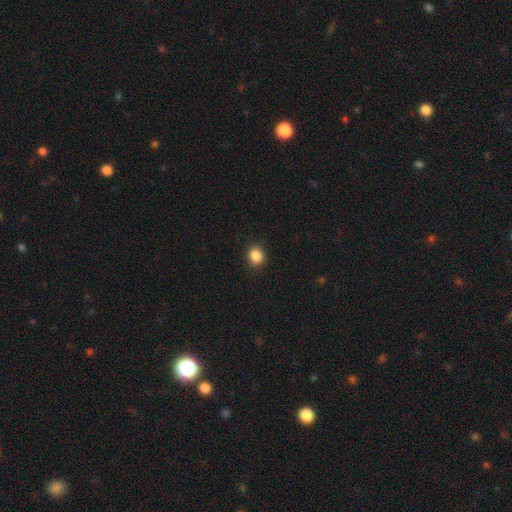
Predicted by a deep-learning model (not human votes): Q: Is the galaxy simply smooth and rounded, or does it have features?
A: smooth — 87%.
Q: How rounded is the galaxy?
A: round — 73%.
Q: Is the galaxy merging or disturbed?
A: none — 90%.